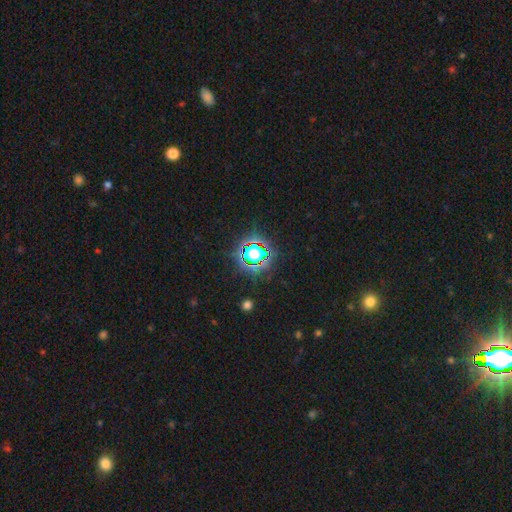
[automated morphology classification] Smooth or featured? Predicted: star or artifact (p=0.69).